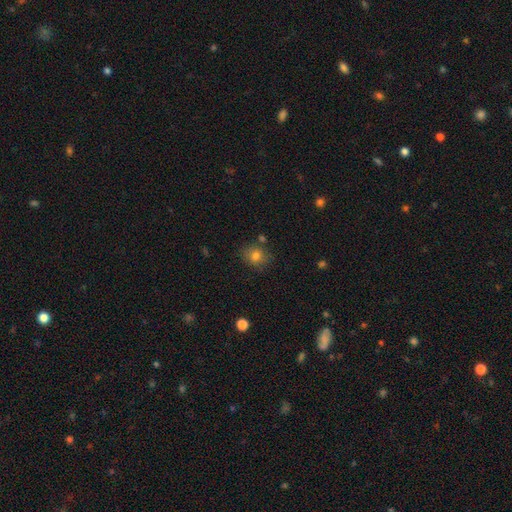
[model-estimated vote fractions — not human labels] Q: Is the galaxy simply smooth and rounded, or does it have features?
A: smooth — 79%.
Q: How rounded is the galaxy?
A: round — 70%.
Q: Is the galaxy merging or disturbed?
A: none — 75%.